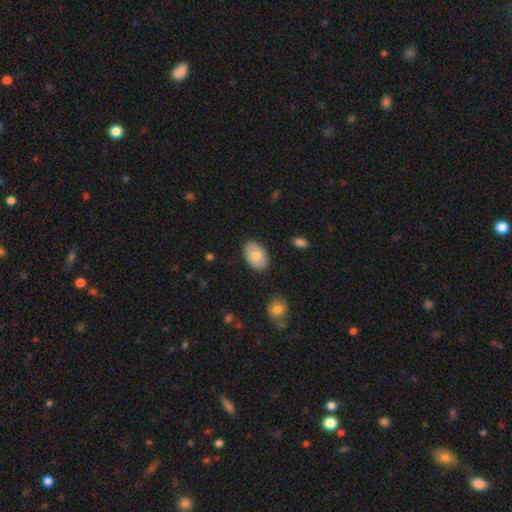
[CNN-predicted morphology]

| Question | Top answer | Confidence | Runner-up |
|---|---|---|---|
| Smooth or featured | smooth | 73% | featured or disk (21%) |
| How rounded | in between | 88% | round (11%) |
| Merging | none | 85% | minor disturbance (11%) |